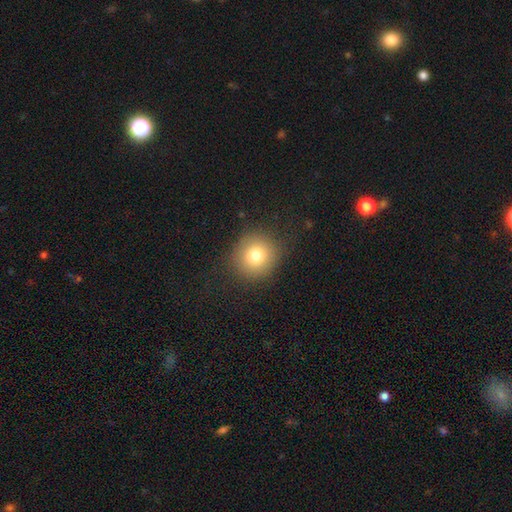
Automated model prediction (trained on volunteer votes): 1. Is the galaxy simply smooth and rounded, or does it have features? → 78% smooth, 12% star or artifact, 10% featured or disk.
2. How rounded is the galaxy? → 90% round, 9% in between, 1% cigar-shaped.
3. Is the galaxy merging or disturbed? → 86% none, 9% minor disturbance, 4% major disturbance, 1% merger.